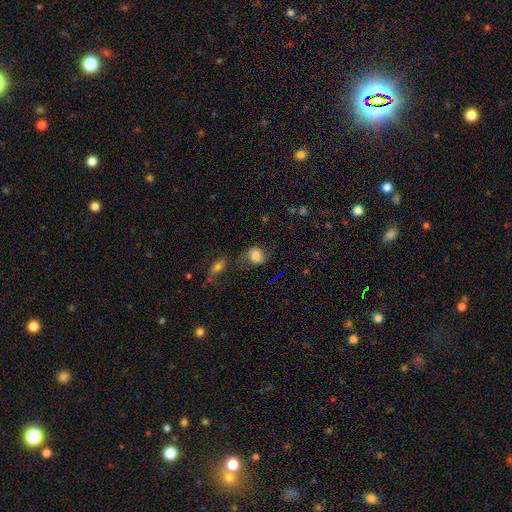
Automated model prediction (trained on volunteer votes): This appears to be a smooth galaxy with no disk features (65%) that is in between round and cigar-shaped (50%). Merging: none (45%).